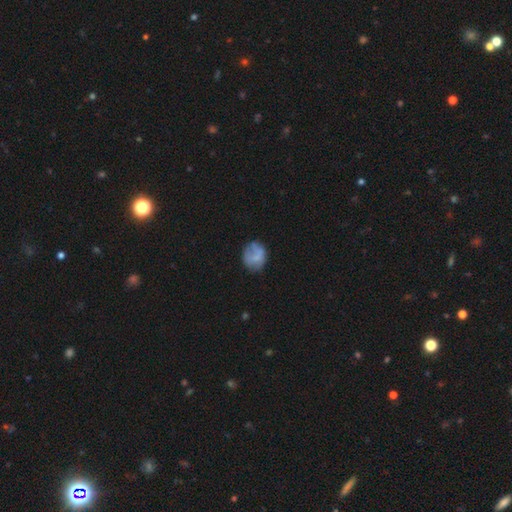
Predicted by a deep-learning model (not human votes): smooth 64%, featured or disk 27%, star or artifact 9%. Down the decision tree: how rounded — round (71%); merging — none (59%).